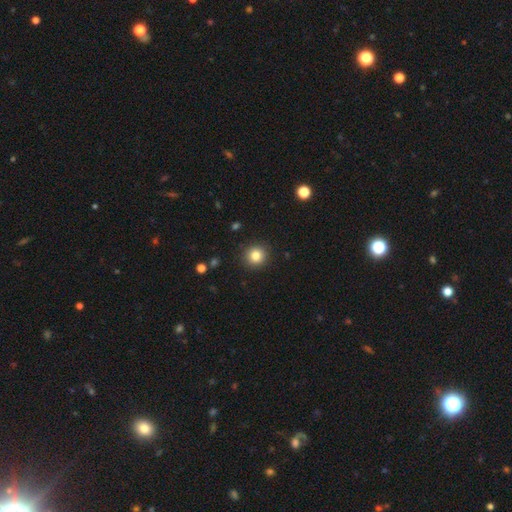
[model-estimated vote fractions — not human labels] Smooth or featured: smooth — 82% (star or artifact — 11%)
How rounded: round — 93% (in between — 6%)
Merging: none — 92% (minor disturbance — 5%)